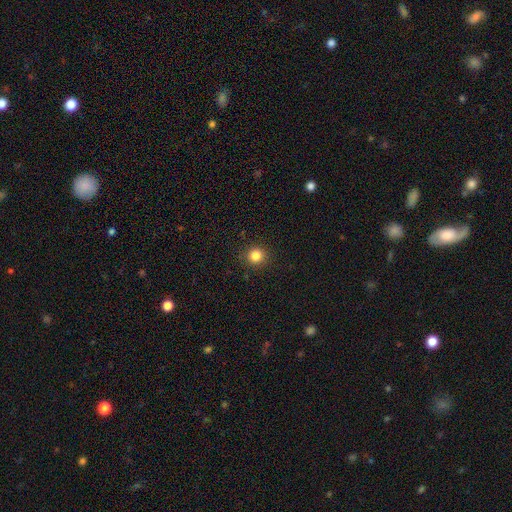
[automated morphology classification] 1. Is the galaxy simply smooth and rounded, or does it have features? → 84% smooth, 12% star or artifact, 5% featured or disk.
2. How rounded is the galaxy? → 91% round, 8% in between, 1% cigar-shaped.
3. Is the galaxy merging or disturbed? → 91% none, 6% minor disturbance, 2% major disturbance, 1% merger.